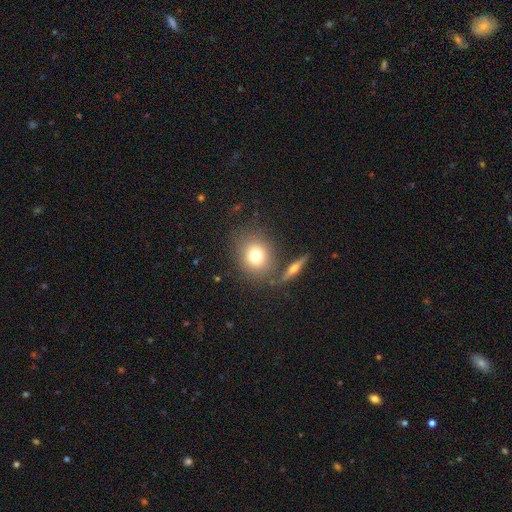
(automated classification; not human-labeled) Smooth or featured: smooth — 74% (featured or disk — 15%)
How rounded: round — 72% (in between — 26%)
Merging: none — 73% (minor disturbance — 11%)